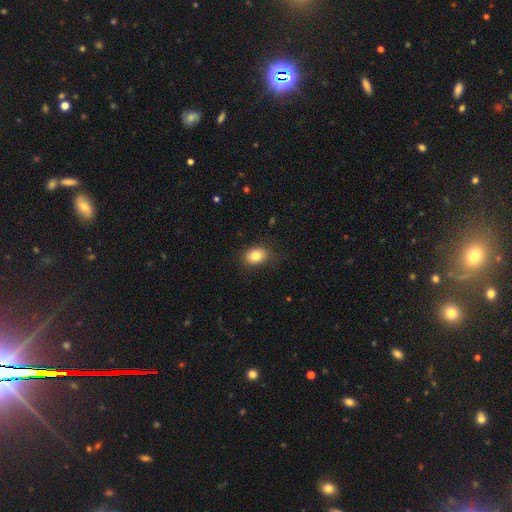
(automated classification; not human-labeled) Smooth or featured: smooth — 83% (star or artifact — 9%)
How rounded: in between — 68% (round — 31%)
Merging: none — 84% (minor disturbance — 12%)